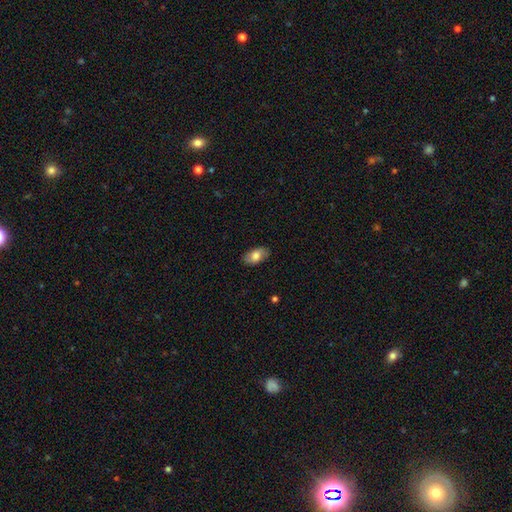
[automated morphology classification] type=smooth (77%); roundness=in between (93%); merging=none (86%).